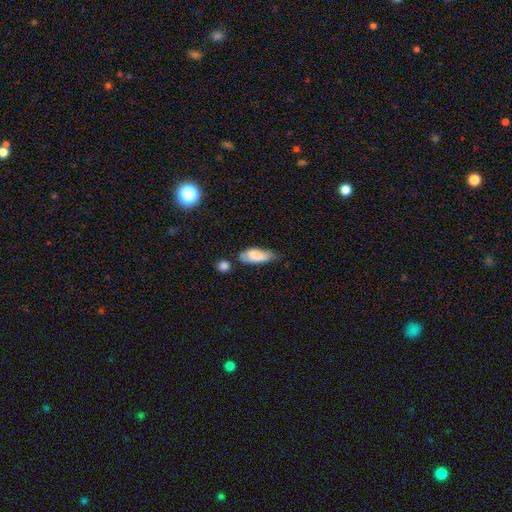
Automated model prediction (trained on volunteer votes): Q: Smooth or featured?
A: smooth (81%); runner-up: featured or disk (12%)
Q: How rounded?
A: in between (73%); runner-up: cigar-shaped (25%)
Q: Merging?
A: none (43%); runner-up: minor disturbance (37%)